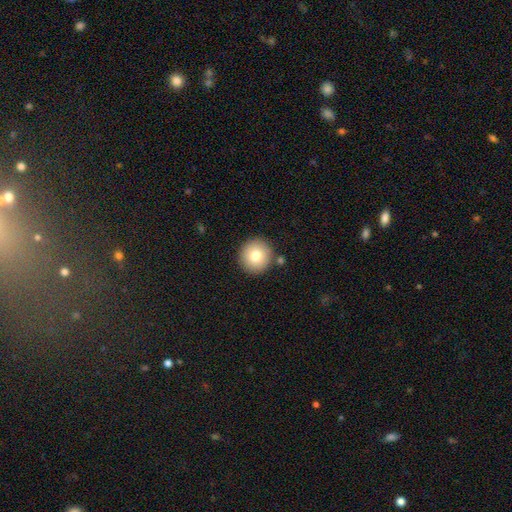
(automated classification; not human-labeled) This appears to be a smooth galaxy with no disk features (78%) that is round (94%). Merging: none (86%).